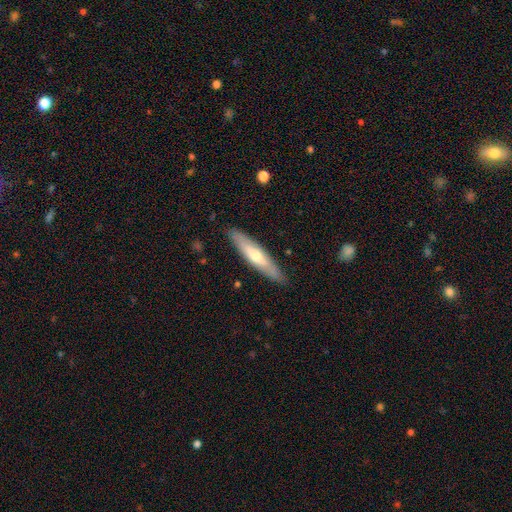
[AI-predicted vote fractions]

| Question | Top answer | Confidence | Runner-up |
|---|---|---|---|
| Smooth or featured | smooth | 48% | featured or disk (46%) |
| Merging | none | 88% | minor disturbance (9%) |